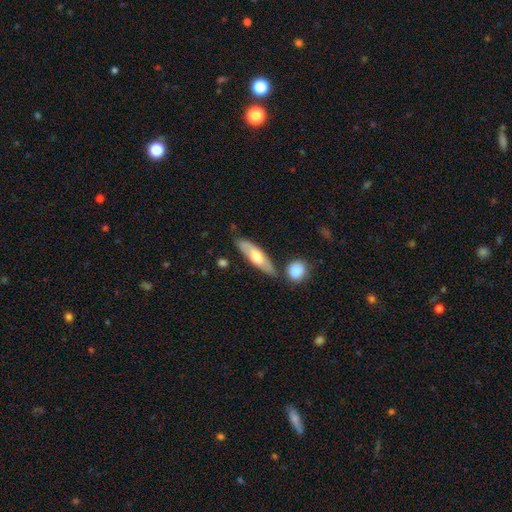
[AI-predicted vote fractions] This is possibly a smooth galaxy (48%). Merging: likely none (71%).